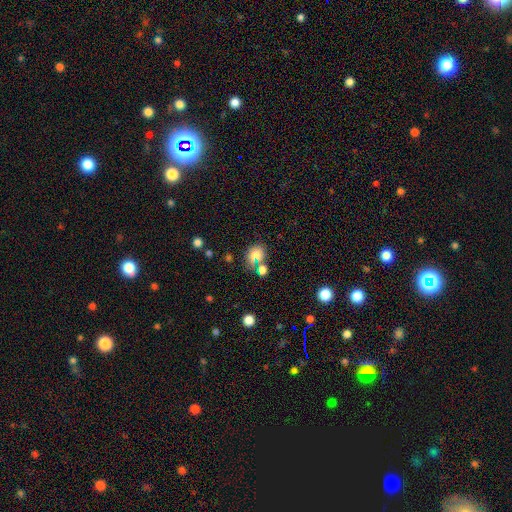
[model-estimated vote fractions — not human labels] Morphology: type=smooth (72%); roundness=round (58%); merging=none (54%).